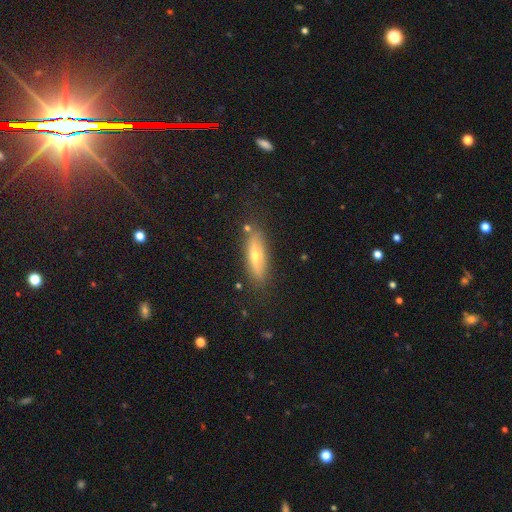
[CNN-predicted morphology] Overall: featured or disk (47%; smooth 45%). Merging: none (82%).